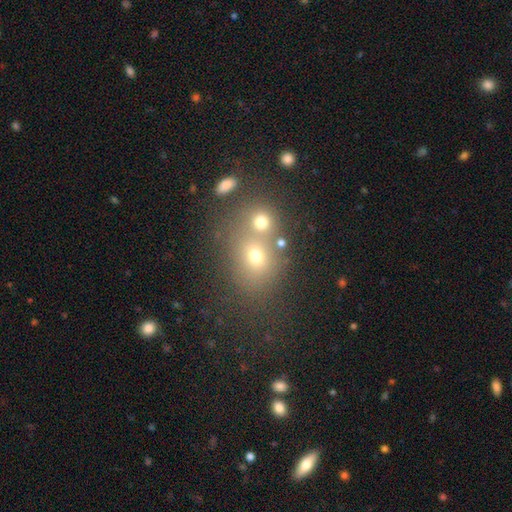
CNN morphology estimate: Smooth or featured?
  - smooth: 64% *
  - star or artifact: 19%
  - featured or disk: 17%
How rounded?
  - round: 58% *
  - in between: 41%
  - cigar-shaped: 1%
Merging?
  - none: 45% *
  - merger: 40%
  - minor disturbance: 10%
  - major disturbance: 5%